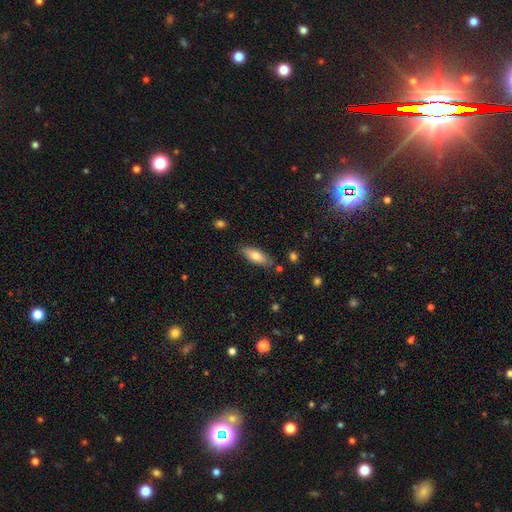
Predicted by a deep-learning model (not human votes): Smooth or featured: smooth — 73% (featured or disk — 21%)
How rounded: in between — 66% (cigar-shaped — 31%)
Merging: none — 82% (minor disturbance — 13%)